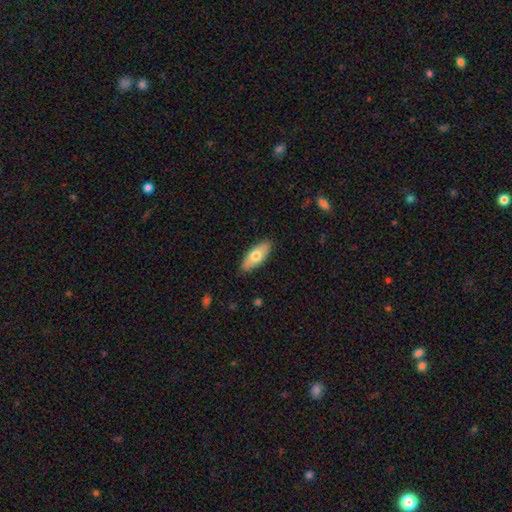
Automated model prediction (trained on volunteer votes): The model was most divided on "smooth or featured": smooth: 69%, featured or disk: 25%, star or artifact: 6%. More confident: merging — none (87%); how rounded — in between (80%).